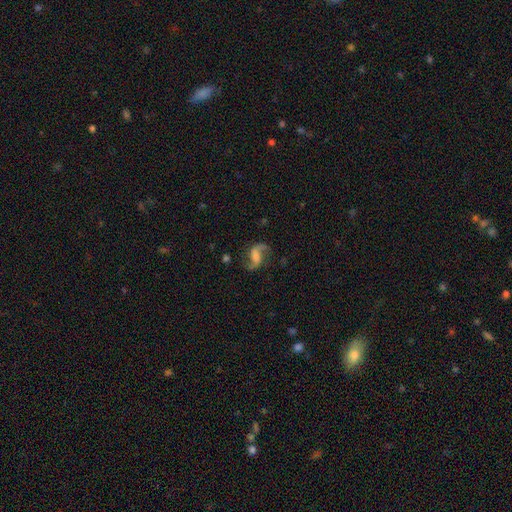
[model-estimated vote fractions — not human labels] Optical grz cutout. It shows a featured or disk galaxy (84%) with a weak bar (43%), 2 (92%) loose (70%) spiral arms (96%) and no central bulge (45%). Merging: none (74%).